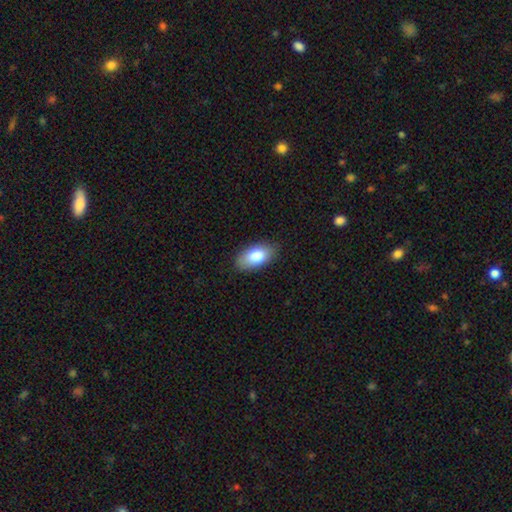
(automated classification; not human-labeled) Smooth or featured: smooth — 81% (featured or disk — 12%)
How rounded: in between — 93% (round — 3%)
Merging: none — 85% (minor disturbance — 11%)